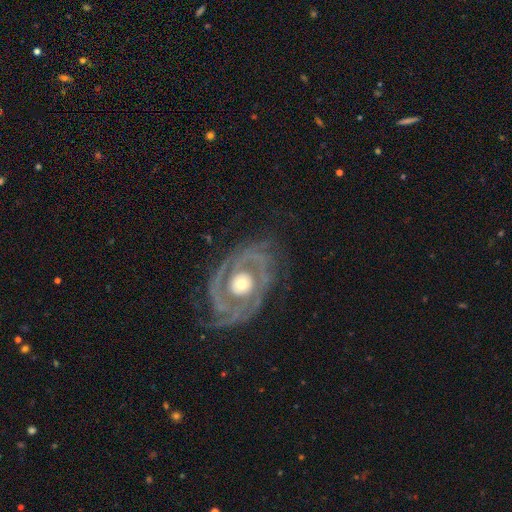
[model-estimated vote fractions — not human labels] Overall: featured or disk (91%). Edge-on disk: no (96%). Bar: no (76%). Spiral arms: yes (96%). Spiral arm count: 2 (59%). Spiral winding: tight (66%; medium 28%). Bulge size: moderate (64%; small 28%). Merging: none (73%).